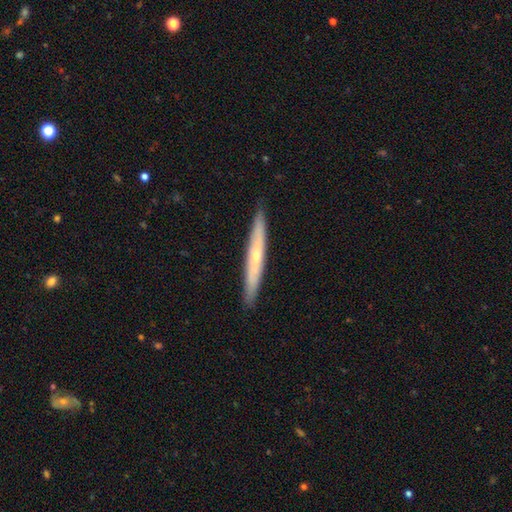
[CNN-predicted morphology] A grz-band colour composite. It shows a featured or disk galaxy (60%) viewed edge-on (90%) with a rounded central bulge (72%). Merging: none (90%).